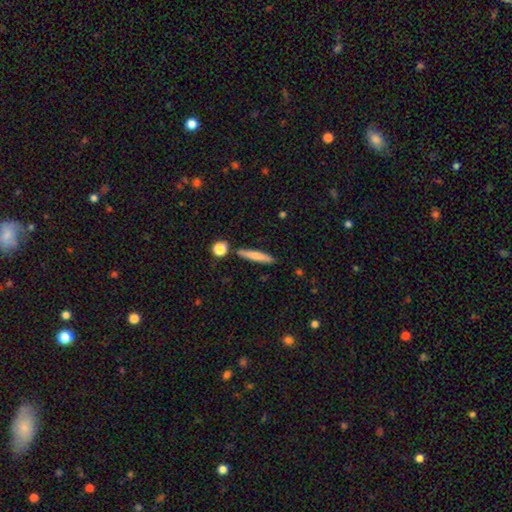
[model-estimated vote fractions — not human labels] smooth 74%, featured or disk 19%, star or artifact 7%. Down the decision tree: how rounded — cigar-shaped (91%); merging — none (84%).